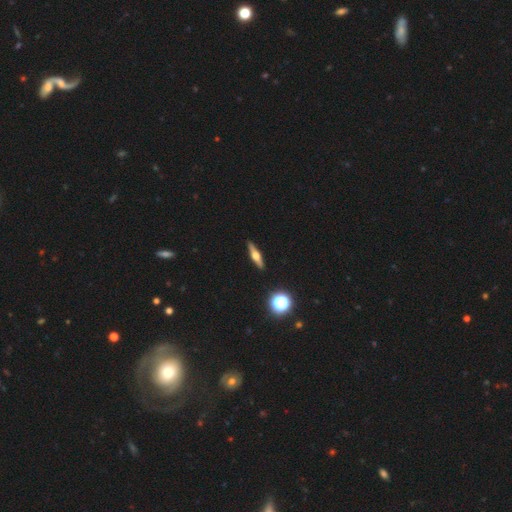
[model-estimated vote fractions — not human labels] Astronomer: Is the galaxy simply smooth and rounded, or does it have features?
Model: featured or disk — 64%.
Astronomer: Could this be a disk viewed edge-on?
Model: yes — 96%.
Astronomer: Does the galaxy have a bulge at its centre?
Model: rounded — 94%.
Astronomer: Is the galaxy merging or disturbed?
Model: none — 91%.